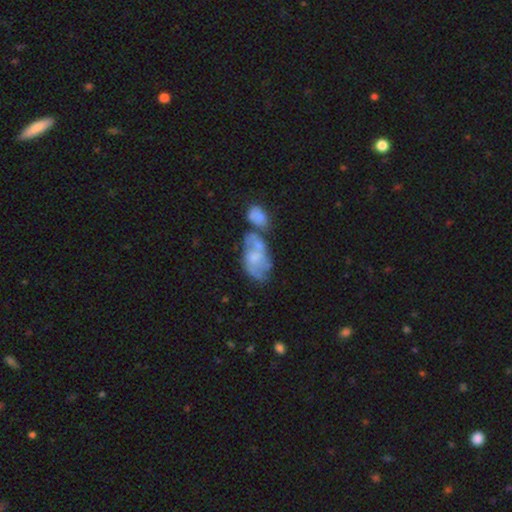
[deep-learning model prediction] A featured or disk galaxy (62%) with no bar (67%), spiral arms (72%) and a small central bulge (40%). Merging: merger (44%).